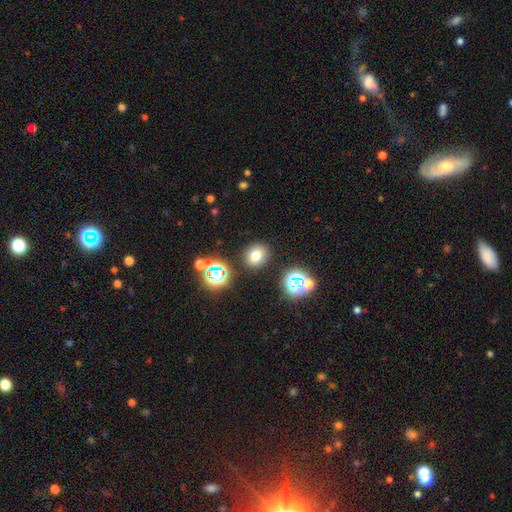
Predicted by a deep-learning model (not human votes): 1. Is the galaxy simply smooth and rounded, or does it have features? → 71% smooth, 20% star or artifact, 9% featured or disk.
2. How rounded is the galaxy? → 71% round, 28% in between, 1% cigar-shaped.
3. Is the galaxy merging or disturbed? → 86% none, 8% minor disturbance, 4% merger, 3% major disturbance.